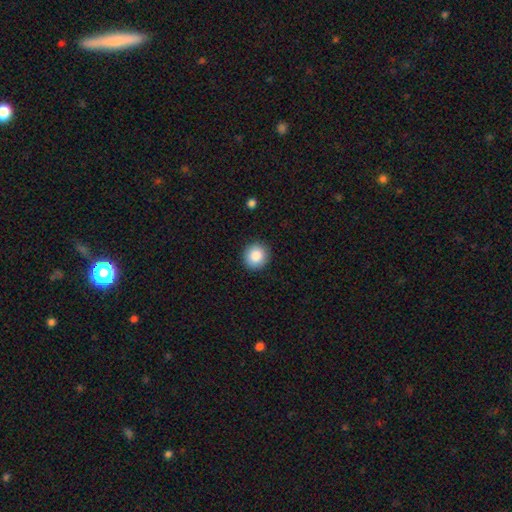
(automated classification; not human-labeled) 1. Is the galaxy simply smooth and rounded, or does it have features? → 86% smooth, 8% star or artifact, 6% featured or disk.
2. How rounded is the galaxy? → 89% round, 10% in between, 1% cigar-shaped.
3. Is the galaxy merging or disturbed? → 91% none, 6% minor disturbance, 2% major disturbance, 1% merger.